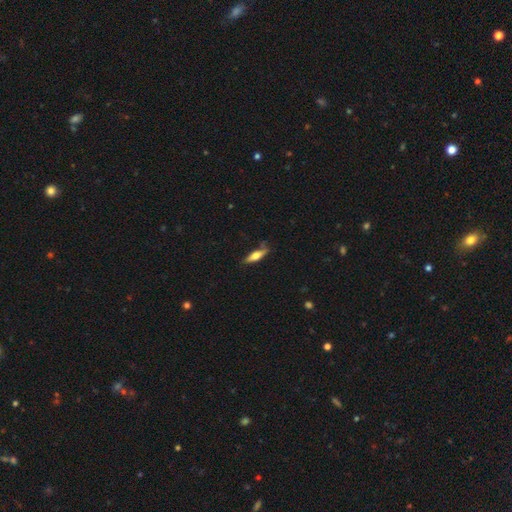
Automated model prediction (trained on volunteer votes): The model was most divided on "smooth or featured": smooth: 54%, featured or disk: 39%, star or artifact: 6%. More confident: merging — none (71%); how rounded — cigar-shaped (60%).